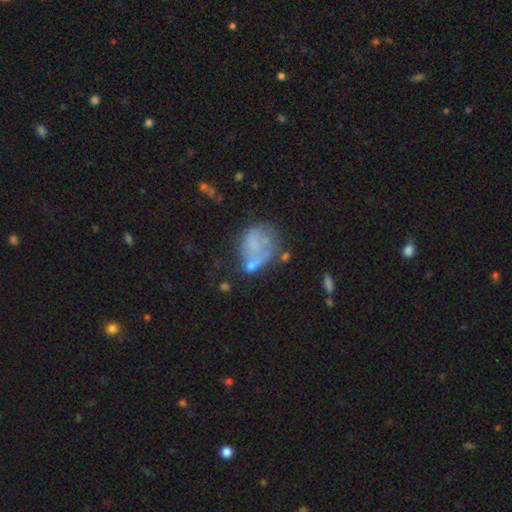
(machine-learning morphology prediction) smooth-or-featured: smooth: 47% | featured or disk: 39% | star or artifact: 15%
  merging: none: 35% | major disturbance: 26% | minor disturbance: 24% | merger: 15%